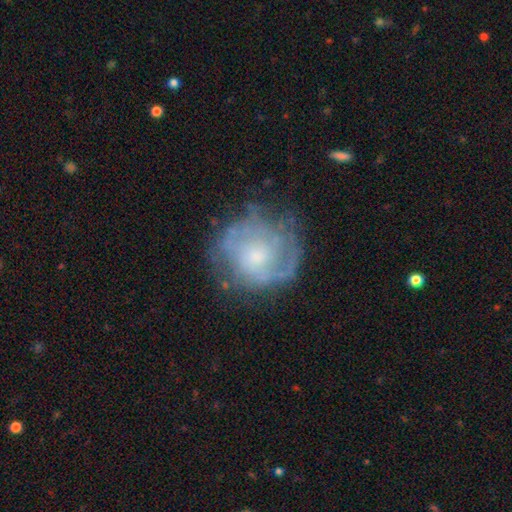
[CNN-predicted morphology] This is likely a featured or disk galaxy (66%). It is clearly not viewed edge-on (97%). Bar: likely no (75%). Spiral arm pattern: likely yes (71%). Central bulge: marginally moderate (44%). Merging: likely none (63%).